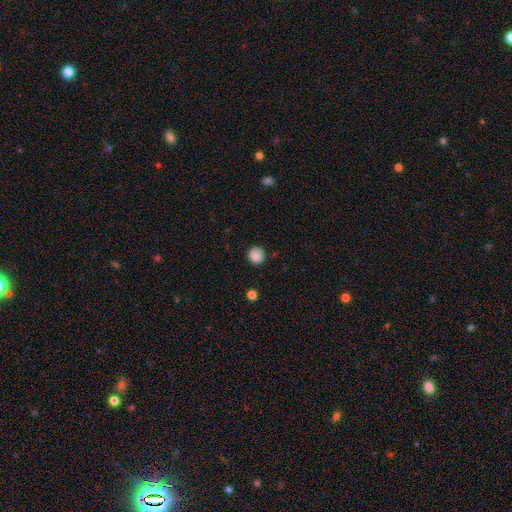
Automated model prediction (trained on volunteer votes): This is clearly a smooth galaxy (85%). How rounded: clearly round (87%). Merging: likely none (74%).